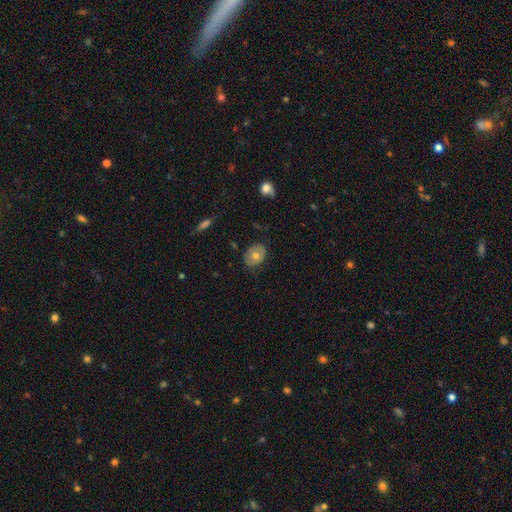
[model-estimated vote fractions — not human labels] Morphology: type=smooth (59%); roundness=in between (56%); merging=none (77%).